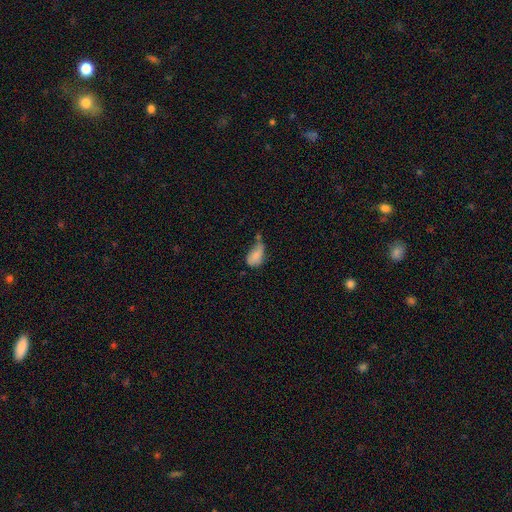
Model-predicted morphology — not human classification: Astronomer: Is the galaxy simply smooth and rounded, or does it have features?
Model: smooth — 75%.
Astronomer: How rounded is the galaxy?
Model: in between — 89%.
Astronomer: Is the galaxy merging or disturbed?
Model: minor disturbance — 36% (runner-up: none, 25%).